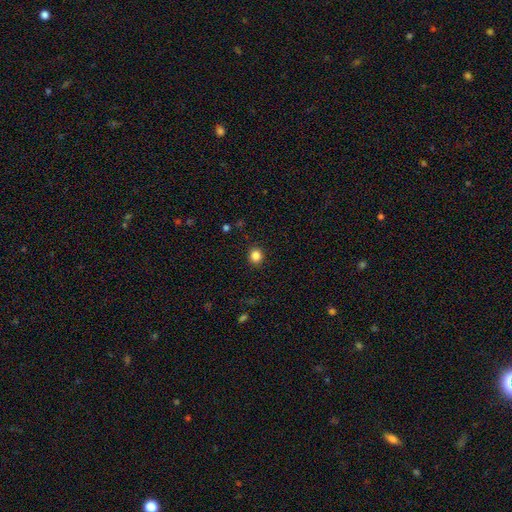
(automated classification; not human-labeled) smooth 84%, star or artifact 12%, featured or disk 4%. Down the decision tree: how rounded — round (81%); merging — none (91%).